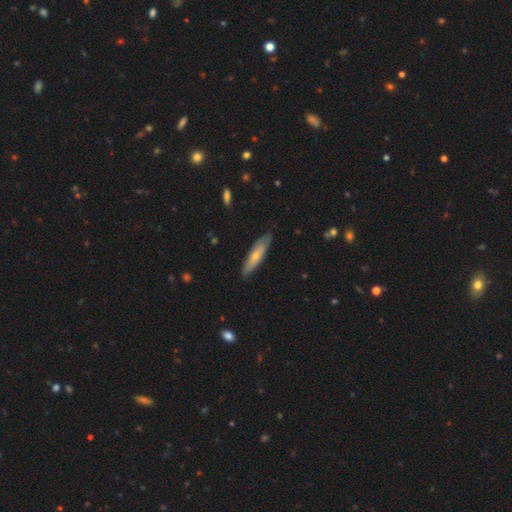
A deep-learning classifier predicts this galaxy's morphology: smooth_or_featured: smooth (p=0.54) [alt: featured or disk p=0.40]
how_rounded: cigar-shaped (p=0.71) [alt: in between p=0.27]
merging: none (p=0.81) [alt: minor disturbance p=0.15]